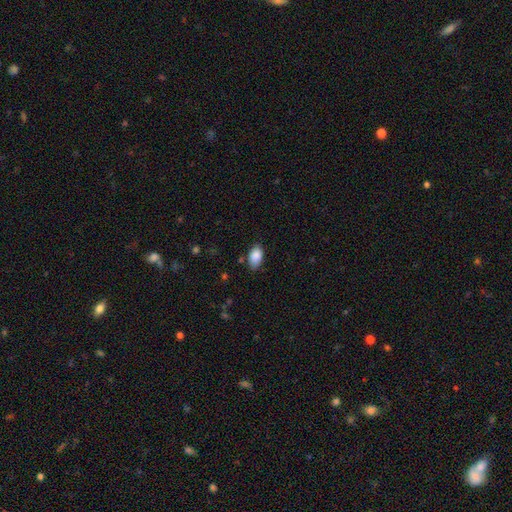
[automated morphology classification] Smooth or featured: smooth — 88% (star or artifact — 7%)
How rounded: in between — 92% (round — 6%)
Merging: none — 72% (minor disturbance — 22%)